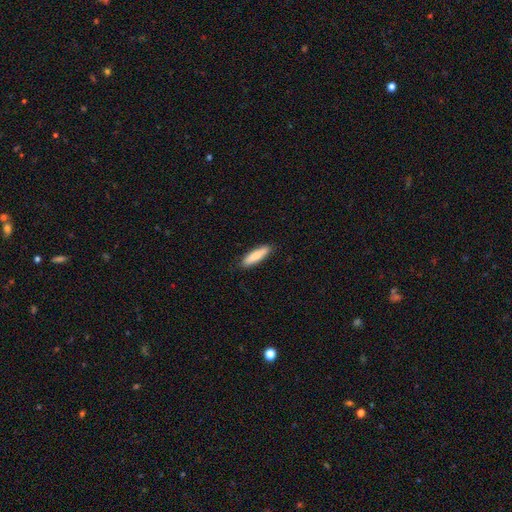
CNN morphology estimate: Smooth or featured: smooth — 79% (featured or disk — 15%)
How rounded: cigar-shaped — 66% (in between — 33%)
Merging: none — 87% (minor disturbance — 10%)